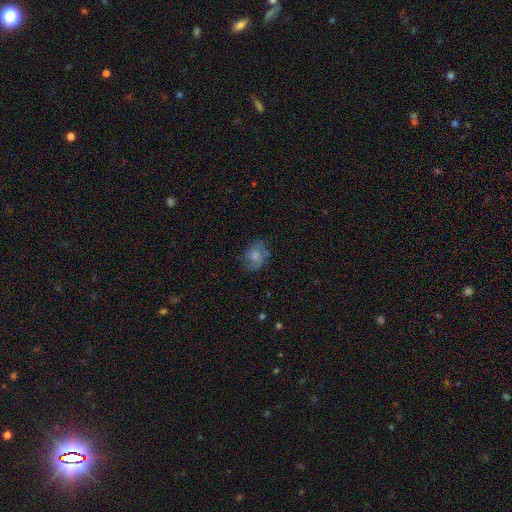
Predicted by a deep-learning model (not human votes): Overall: smooth (53%; featured or disk 38%). How rounded: in between (51%; round 47%). Merging: none (64%; minor disturbance 24%).